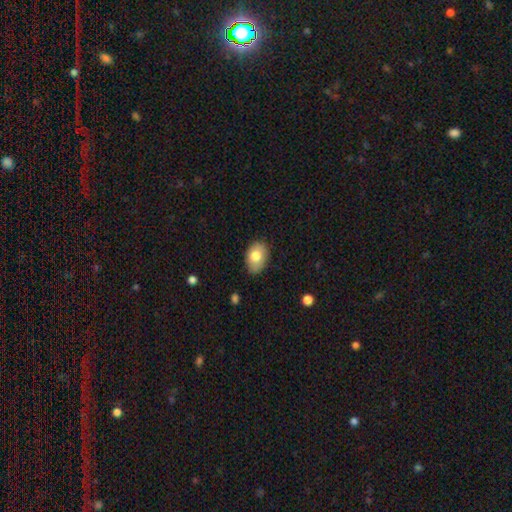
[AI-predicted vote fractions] This appears to be a smooth galaxy with no disk features (78%) that is in between round and cigar-shaped (83%). Merging: none (80%).